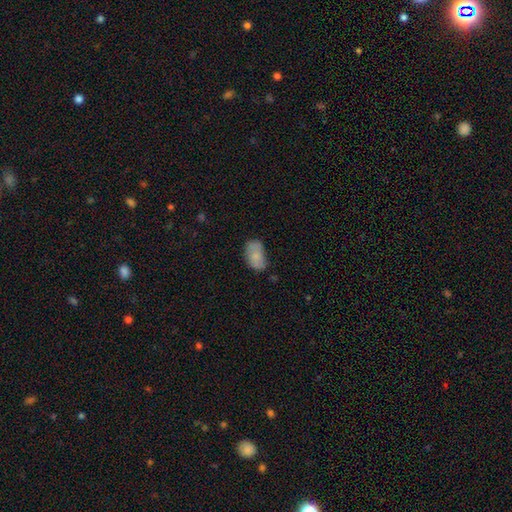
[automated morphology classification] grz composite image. It shows a smooth galaxy with no disk features (76%) that is in between round and cigar-shaped (90%). Merging: none (56%).